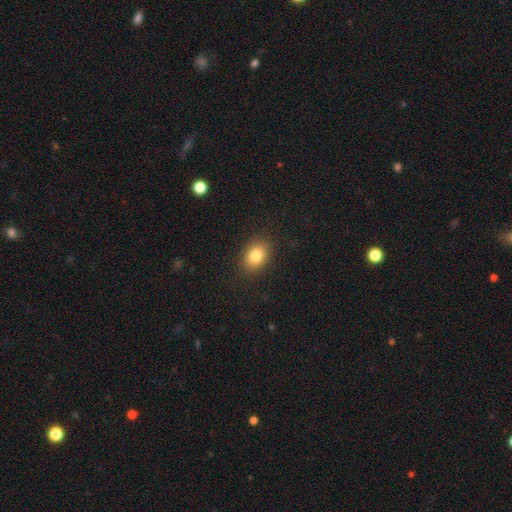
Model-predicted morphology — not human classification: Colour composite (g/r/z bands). It shows a smooth galaxy with no disk features (82%) that is in between round and cigar-shaped (70%). Merging: none (87%).